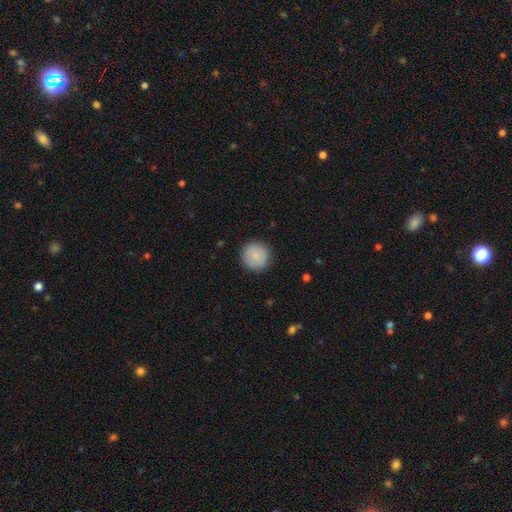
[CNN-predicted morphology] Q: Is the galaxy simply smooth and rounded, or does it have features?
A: smooth — 85%.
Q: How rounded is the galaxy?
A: round — 95%.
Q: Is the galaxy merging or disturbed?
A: none — 89%.